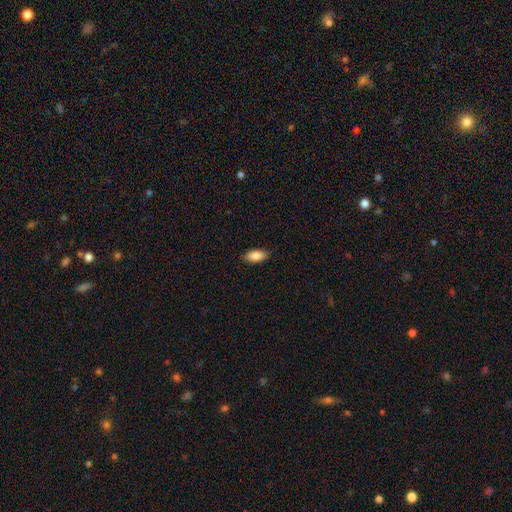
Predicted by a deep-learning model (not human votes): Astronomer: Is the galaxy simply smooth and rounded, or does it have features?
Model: smooth — 87%.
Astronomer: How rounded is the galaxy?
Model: in between — 89%.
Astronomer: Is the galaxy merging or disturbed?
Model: none — 87%.